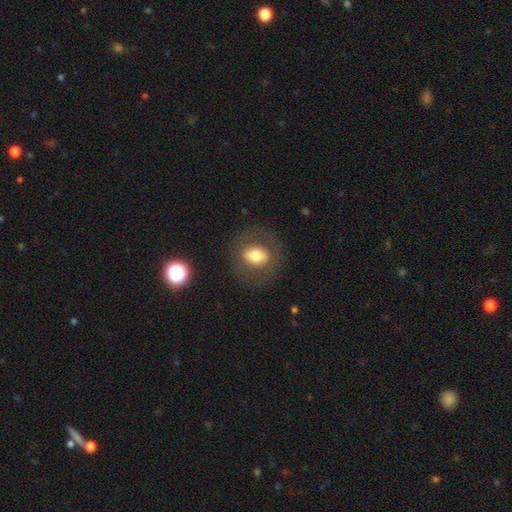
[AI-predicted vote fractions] Smooth or featured? Predicted: smooth (p=0.61). How rounded? Predicted: round (p=0.61). Merging? Predicted: none (p=0.81).